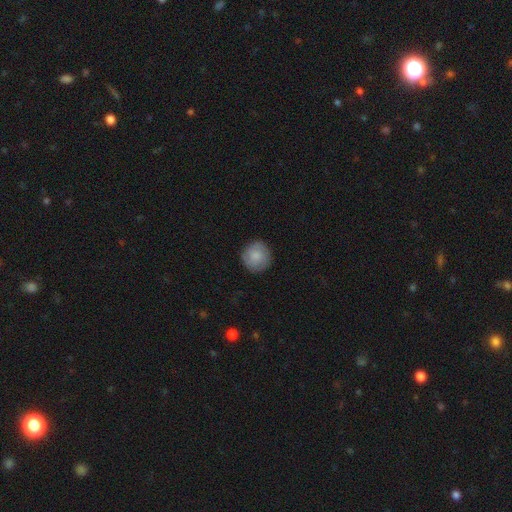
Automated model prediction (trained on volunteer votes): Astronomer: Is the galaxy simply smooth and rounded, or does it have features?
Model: smooth — 80%.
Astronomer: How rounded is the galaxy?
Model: round — 93%.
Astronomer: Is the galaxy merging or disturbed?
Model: none — 87%.